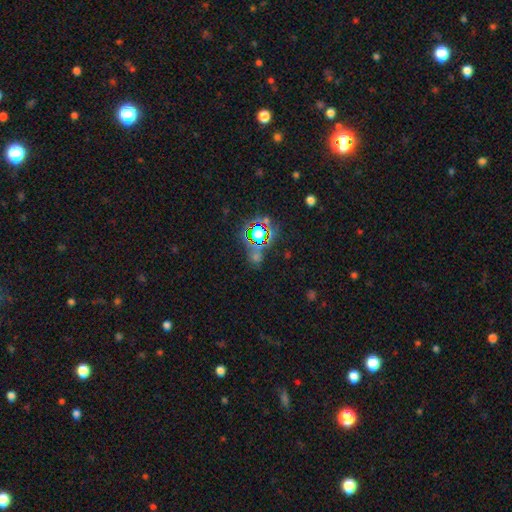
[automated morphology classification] Smooth or featured?
  - star or artifact: 71% *
  - smooth: 20%
  - featured or disk: 9%